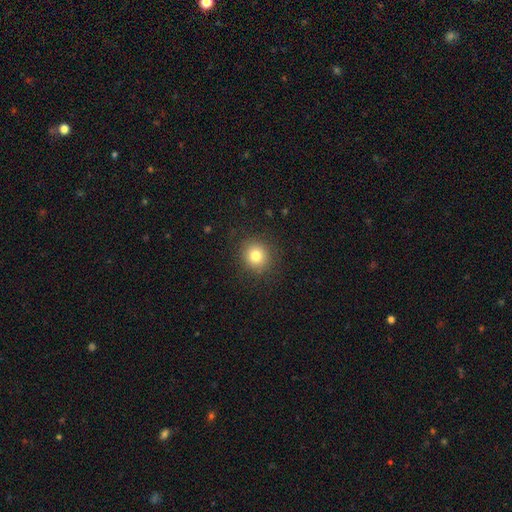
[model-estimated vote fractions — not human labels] Overall: smooth (81%). How rounded: round (89%). Merging: none (89%).